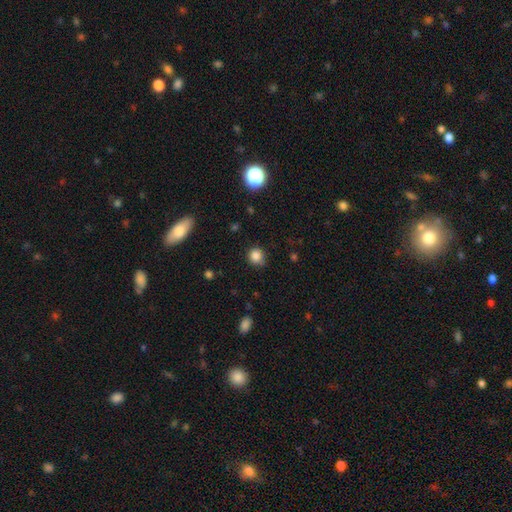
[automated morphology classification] The model was most divided on "merging": none: 80%, minor disturbance: 15%, major disturbance: 3%, merger: 2%. More confident: how rounded — round (86%); smooth or featured — smooth (84%).